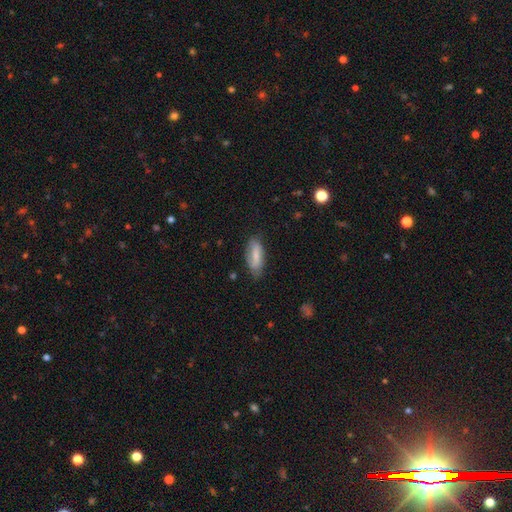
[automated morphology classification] smooth 67%, featured or disk 26%, star or artifact 7%. Down the decision tree: how rounded — in between (74%); merging — none (74%).